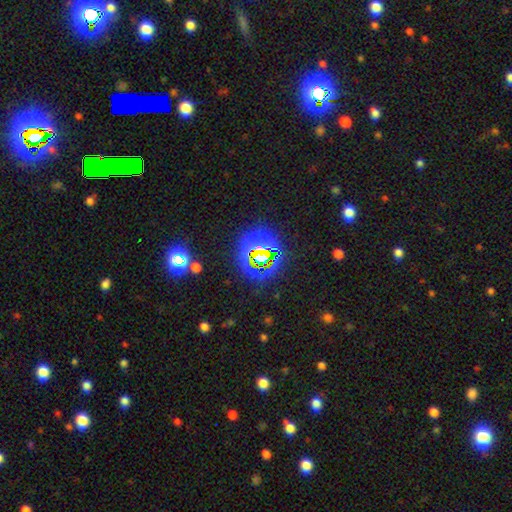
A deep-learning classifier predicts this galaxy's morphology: smooth_or_featured: star or artifact (p=0.75) [alt: smooth p=0.15]